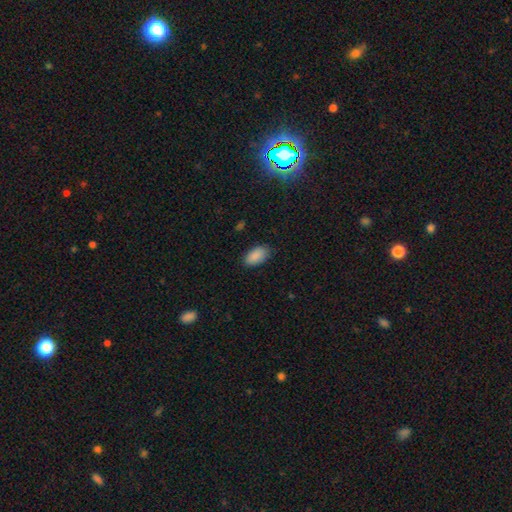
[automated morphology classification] smooth_or_featured: smooth (p=0.90) [alt: star or artifact p=0.07]
how_rounded: in between (p=0.94) [alt: cigar-shaped p=0.03]
merging: none (p=0.84) [alt: minor disturbance p=0.12]